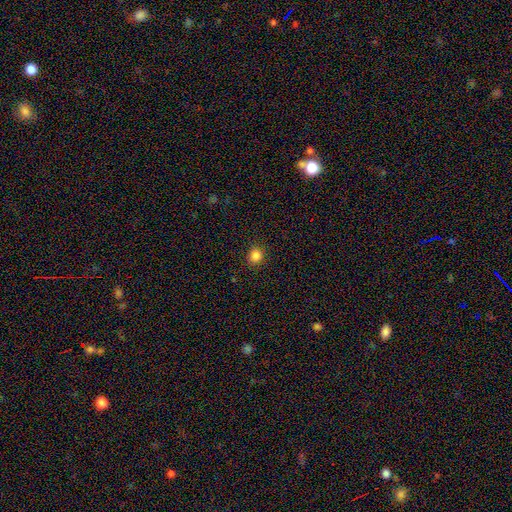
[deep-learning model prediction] Overall: smooth (84%). How rounded: round (78%). Merging: none (89%).